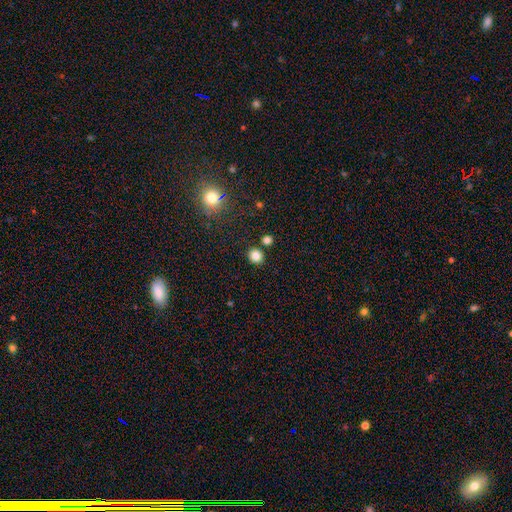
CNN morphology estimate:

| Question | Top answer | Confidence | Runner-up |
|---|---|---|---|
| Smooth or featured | smooth | 84% | star or artifact (12%) |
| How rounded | round | 83% | in between (16%) |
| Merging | none | 84% | minor disturbance (7%) |